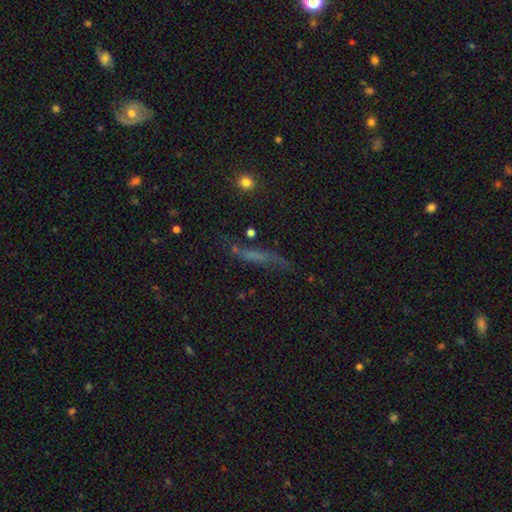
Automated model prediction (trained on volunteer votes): The model was most divided on "smooth or featured": smooth: 42%, featured or disk: 38%, star or artifact: 20%. More confident: merging — none (59%).